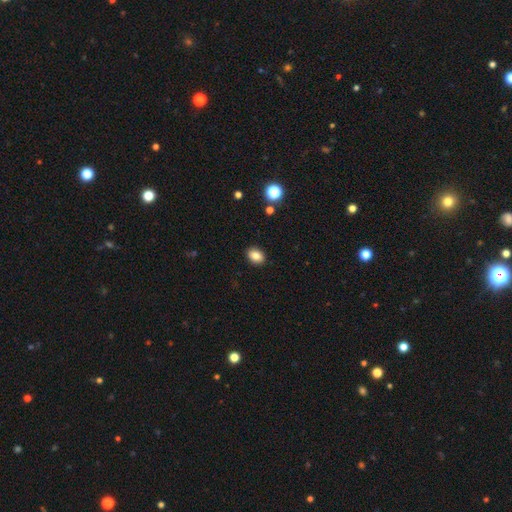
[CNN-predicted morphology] The model was most divided on "how rounded": in between: 71%, round: 27%, cigar-shaped: 1%. More confident: merging — none (89%); smooth or featured — smooth (83%).